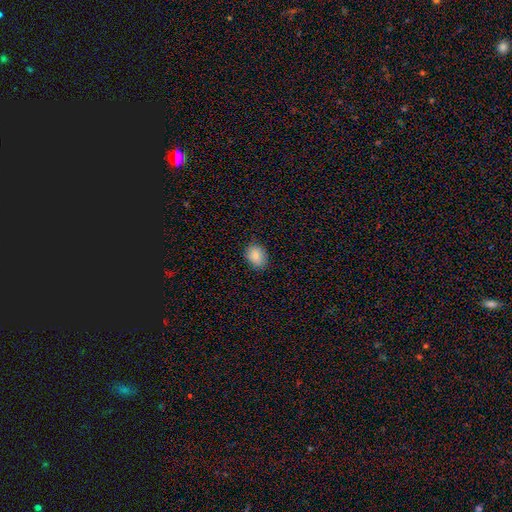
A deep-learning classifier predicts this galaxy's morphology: The model was most divided on "how rounded": in between: 61%, round: 38%, cigar-shaped: 1%. More confident: smooth or featured — smooth (84%); merging — none (82%).